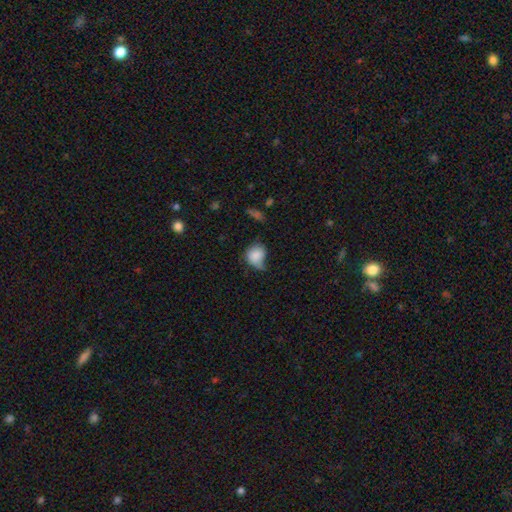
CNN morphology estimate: Smooth or featured? smooth (81%)
How rounded? round (66%)
Merging? minor disturbance (42%)